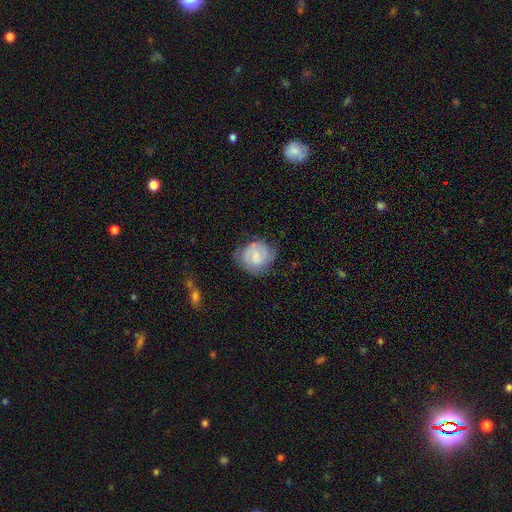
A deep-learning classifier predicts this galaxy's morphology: type=smooth (48%); merging=none (61%).